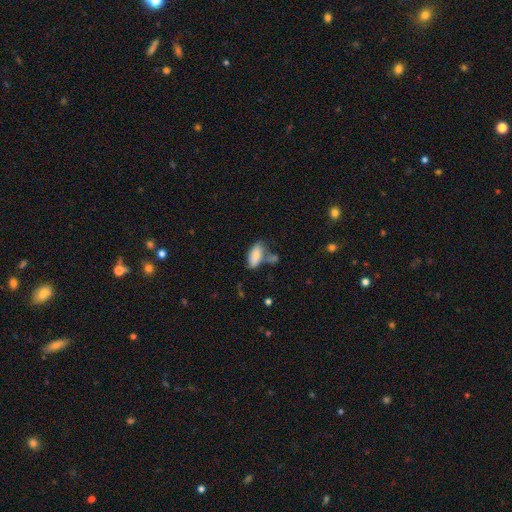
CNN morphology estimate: Overall: smooth (78%). How rounded: in between (85%). Merging: none (51%; merger 22%).